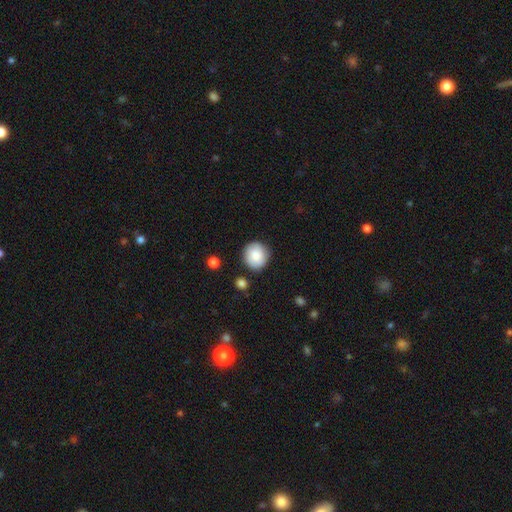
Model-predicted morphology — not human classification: This appears to be a smooth galaxy with no disk features (83%) that is round (89%). Merging: none (85%).